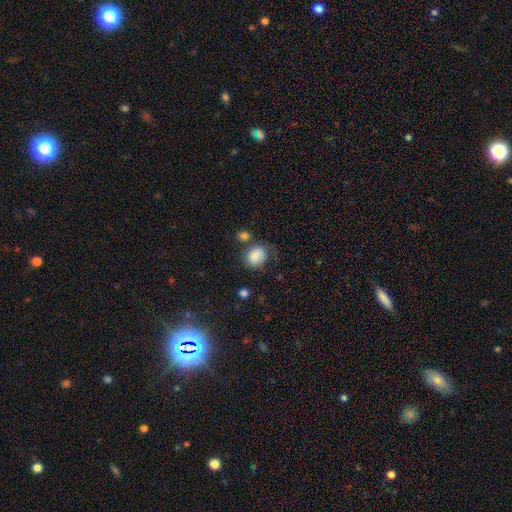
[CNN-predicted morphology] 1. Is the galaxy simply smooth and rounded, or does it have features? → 85% smooth, 9% star or artifact, 6% featured or disk.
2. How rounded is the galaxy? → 56% round, 43% in between, 1% cigar-shaped.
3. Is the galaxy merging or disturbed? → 58% none, 22% minor disturbance, 11% merger, 9% major disturbance.